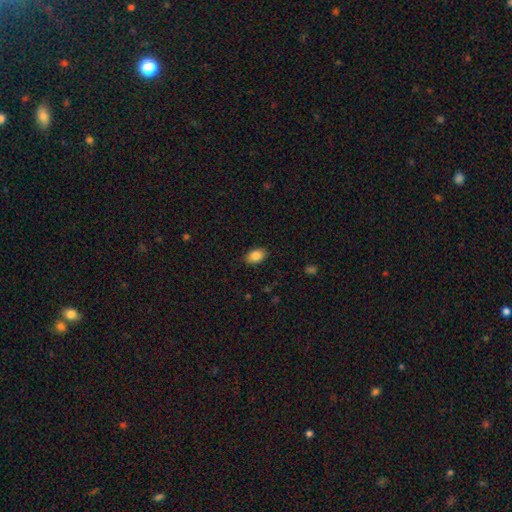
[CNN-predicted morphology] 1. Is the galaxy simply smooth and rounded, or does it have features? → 87% smooth, 8% star or artifact, 6% featured or disk.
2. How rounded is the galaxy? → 85% in between, 14% round, 1% cigar-shaped.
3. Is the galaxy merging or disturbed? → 87% none, 10% minor disturbance, 2% major disturbance, 1% merger.